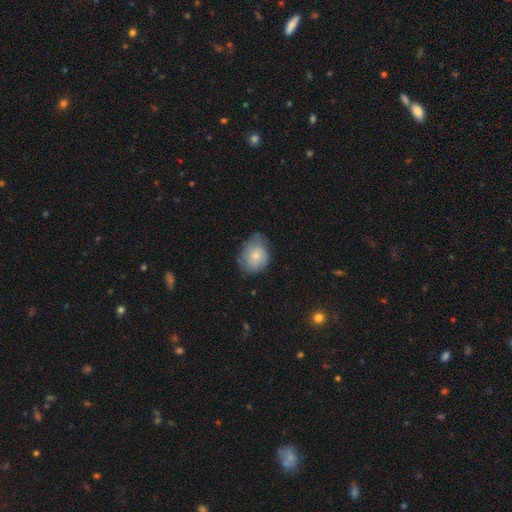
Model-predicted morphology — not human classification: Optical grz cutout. It shows a smooth galaxy with no disk features (76%) that is in between round and cigar-shaped (54%). Merging: none (55%).